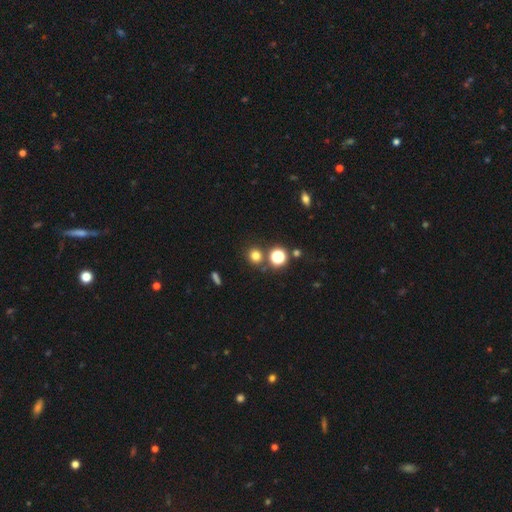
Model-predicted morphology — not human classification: smooth 74%, star or artifact 20%, featured or disk 6%. Down the decision tree: how rounded — round (86%); merging — none (79%).